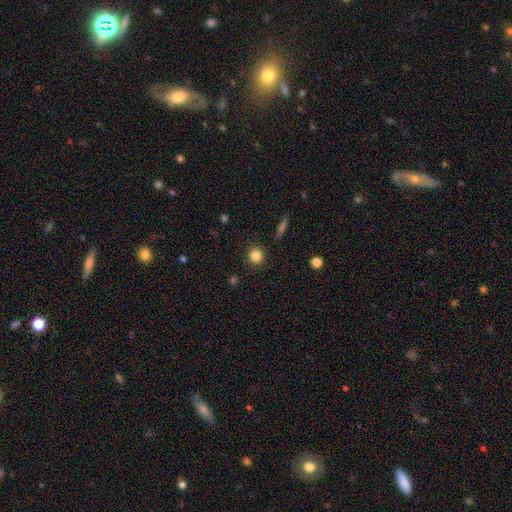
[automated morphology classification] Smooth or featured: smooth — 84% (star or artifact — 11%)
How rounded: round — 91% (in between — 8%)
Merging: none — 89% (minor disturbance — 7%)